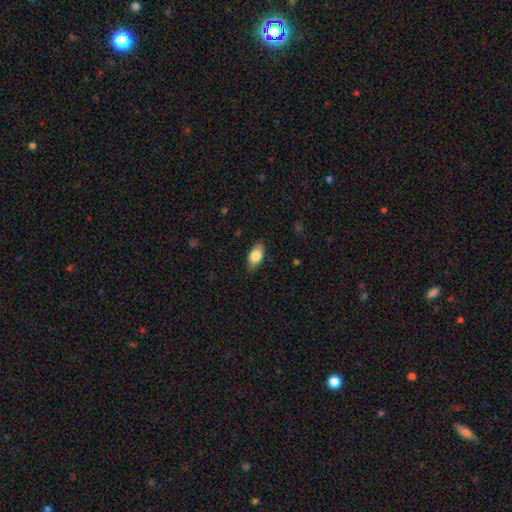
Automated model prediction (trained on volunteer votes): Smooth or featured: smooth — 83% (featured or disk — 11%)
How rounded: in between — 92% (cigar-shaped — 5%)
Merging: none — 86% (minor disturbance — 11%)